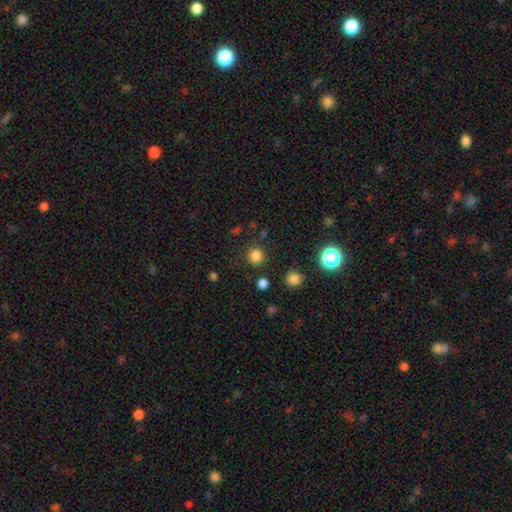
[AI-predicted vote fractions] Smooth or featured? smooth (81%)
How rounded? round (91%)
Merging? none (86%)